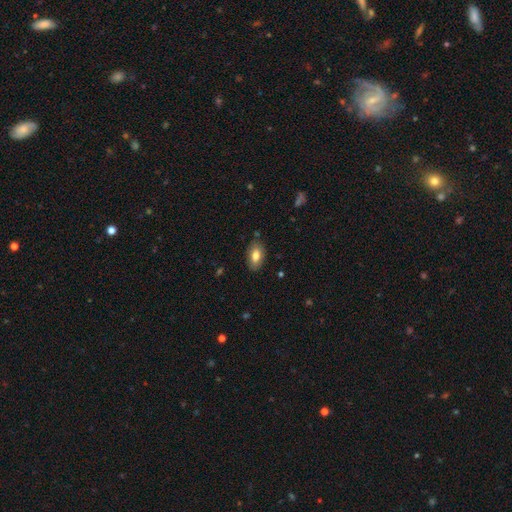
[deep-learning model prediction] smooth-or-featured: smooth: 77% | featured or disk: 16% | star or artifact: 7%
  how-rounded: in between: 92% | round: 5% | cigar-shaped: 3%
  merging: none: 83% | minor disturbance: 12% | major disturbance: 3% | merger: 2%